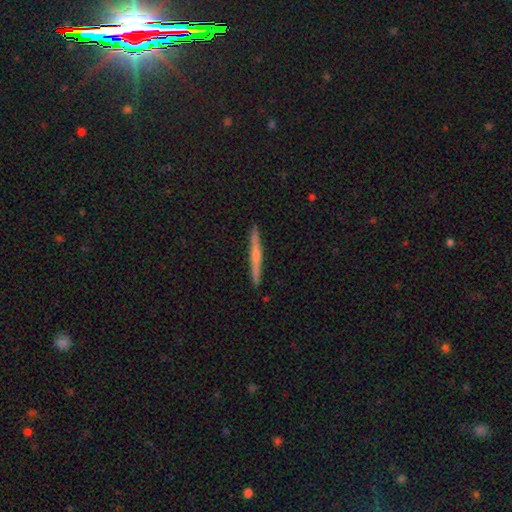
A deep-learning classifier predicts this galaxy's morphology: Smooth or featured?
  - featured or disk: 51% *
  - smooth: 43%
  - star or artifact: 6%
Edge-on disk?
  - yes: 97% *
  - no: 3%
Merging?
  - none: 91% *
  - minor disturbance: 6%
  - major disturbance: 1%
  - merger: 1%